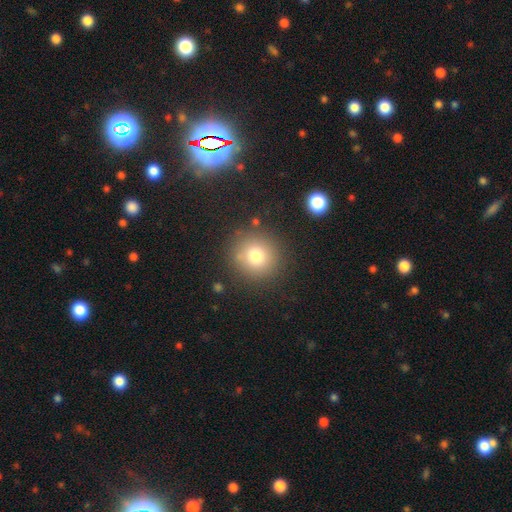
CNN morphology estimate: This appears to be a smooth galaxy with no disk features (76%) that is round (92%). Merging: none (85%).